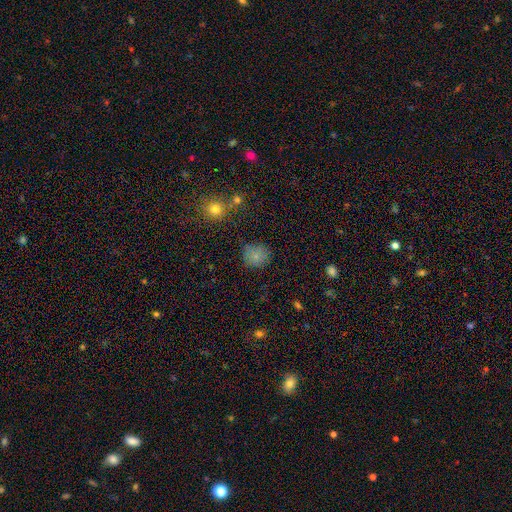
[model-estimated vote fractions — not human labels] The model was most divided on "merging": none: 77%, minor disturbance: 16%, major disturbance: 5%, merger: 3%. More confident: how rounded — round (88%); smooth or featured — smooth (79%).